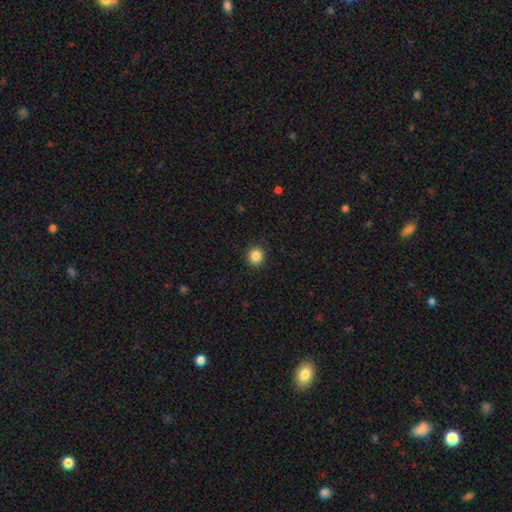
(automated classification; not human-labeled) Smooth or featured?
  - smooth: 86% *
  - star or artifact: 10%
  - featured or disk: 3%
How rounded?
  - round: 91% *
  - in between: 8%
  - cigar-shaped: 1%
Merging?
  - none: 92% *
  - minor disturbance: 6%
  - major disturbance: 2%
  - merger: 1%